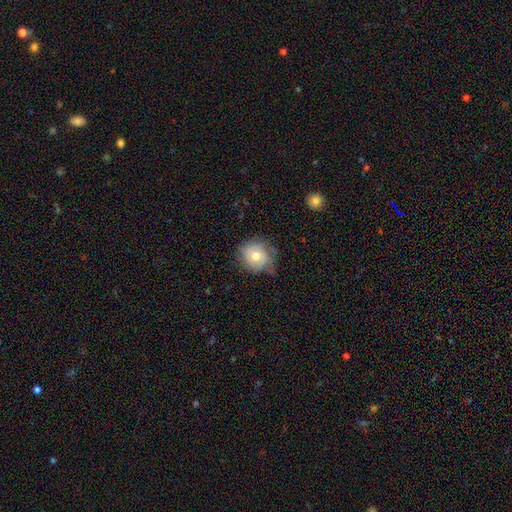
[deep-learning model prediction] Morphology: type=smooth (62%); roundness=round (82%); merging=none (61%).